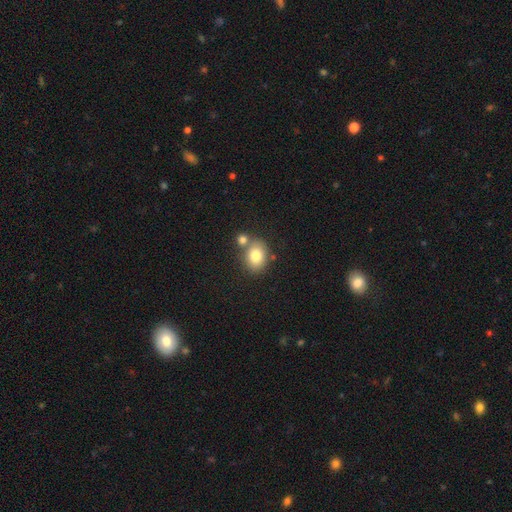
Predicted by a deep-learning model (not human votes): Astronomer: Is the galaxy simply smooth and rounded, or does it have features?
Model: smooth — 79%.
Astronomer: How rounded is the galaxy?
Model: in between — 50% (runner-up: round, 49%).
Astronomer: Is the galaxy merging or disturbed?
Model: none — 59%.